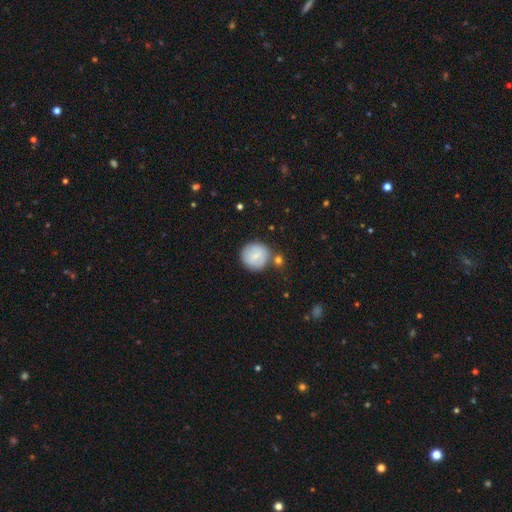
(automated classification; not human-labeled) Morphology: type=smooth (75%); roundness=round (92%); merging=none (71%).